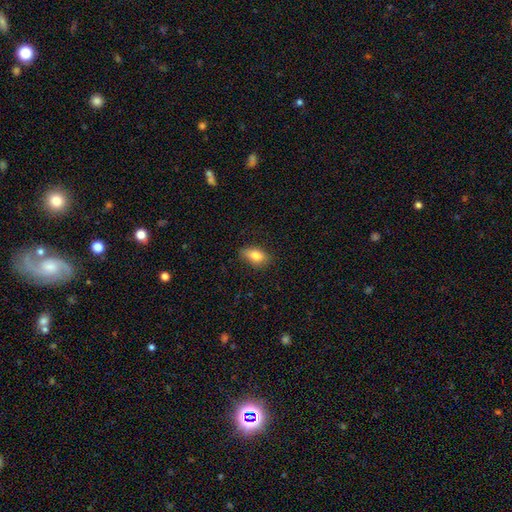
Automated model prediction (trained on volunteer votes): Morphology: type=smooth (81%); roundness=in between (86%); merging=none (80%).